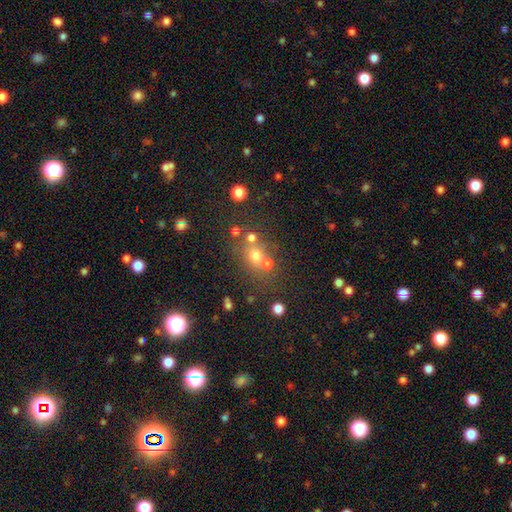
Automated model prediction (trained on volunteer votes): A smooth galaxy with no disk features (63%) that is round (67%).

Vote fractions:
- Smooth or featured? smooth: 63% / star or artifact: 22% / featured or disk: 15%
- How rounded? round: 67% / in between: 31% / cigar-shaped: 1%
- Merging? none: 57% / merger: 26% / minor disturbance: 12% / major disturbance: 6%